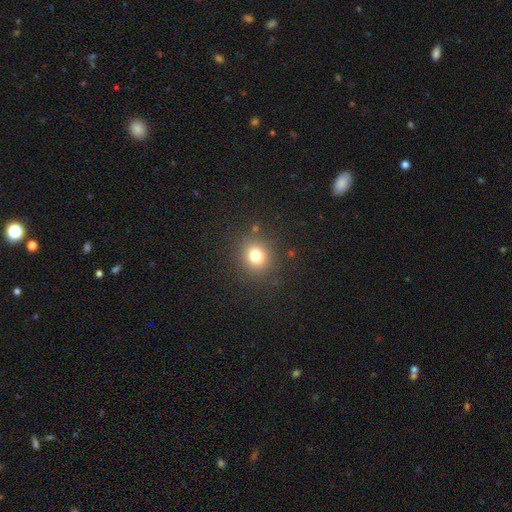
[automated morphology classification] Smooth or featured? smooth (77%)
How rounded? round (83%)
Merging? none (86%)